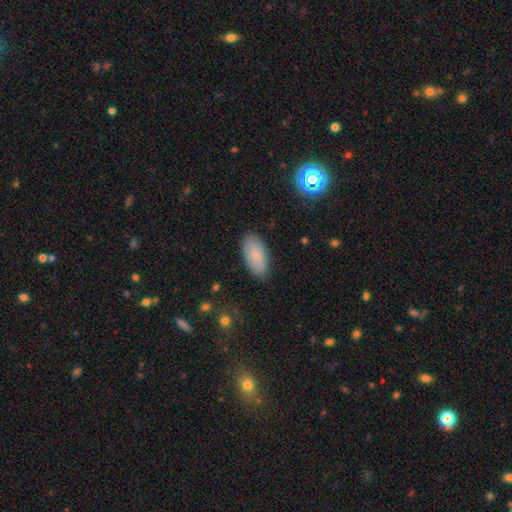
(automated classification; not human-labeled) Morphology: type=smooth (82%); roundness=in between (94%); merging=none (86%).